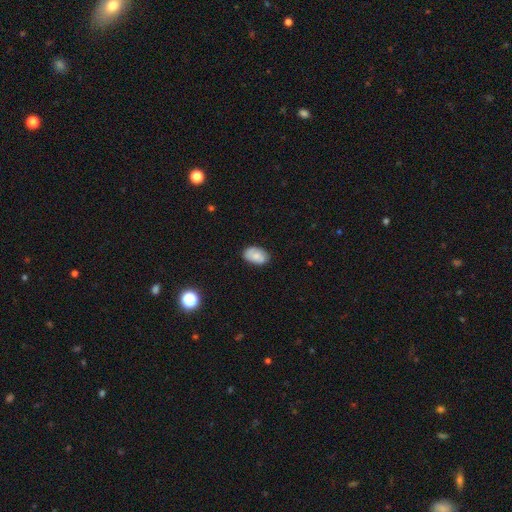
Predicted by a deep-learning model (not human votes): This is likely a smooth galaxy (77%). How rounded: clearly in between (90%). Merging: likely none (78%).